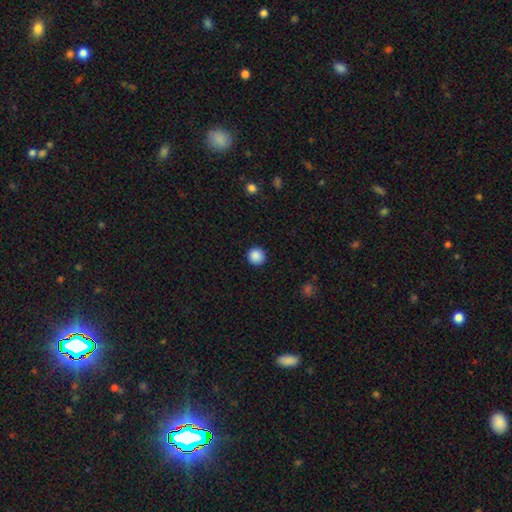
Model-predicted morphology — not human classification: This appears to be a smooth galaxy with no disk features (88%) that is round (95%). Merging: none (92%).